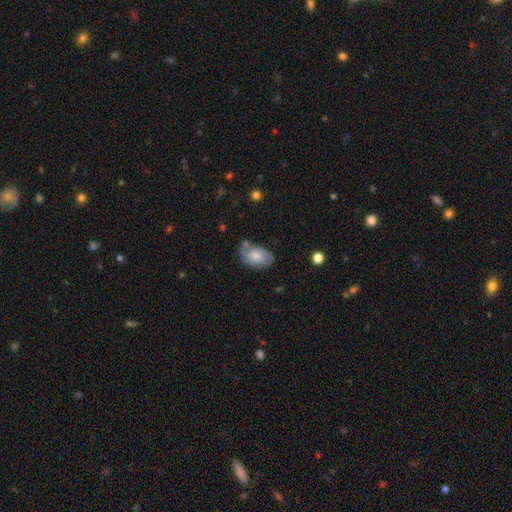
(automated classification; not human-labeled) smooth_or_featured: smooth (p=0.70) [alt: featured or disk p=0.24]
how_rounded: in between (p=0.89) [alt: round p=0.09]
merging: none (p=0.58) [alt: minor disturbance p=0.25]